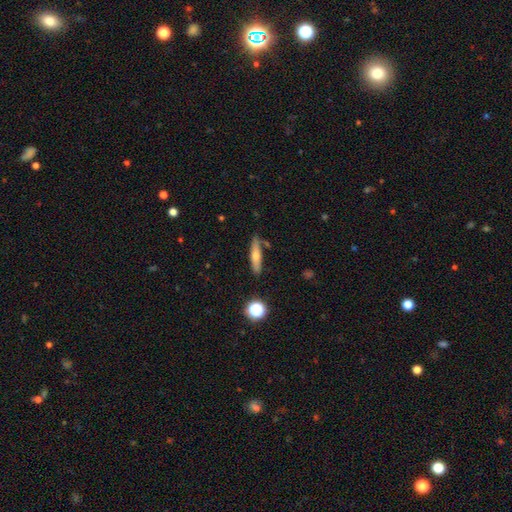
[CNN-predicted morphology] Smooth or featured? Predicted: smooth (p=0.57). How rounded? Predicted: cigar-shaped (p=0.79). Merging? Predicted: none (p=0.77).